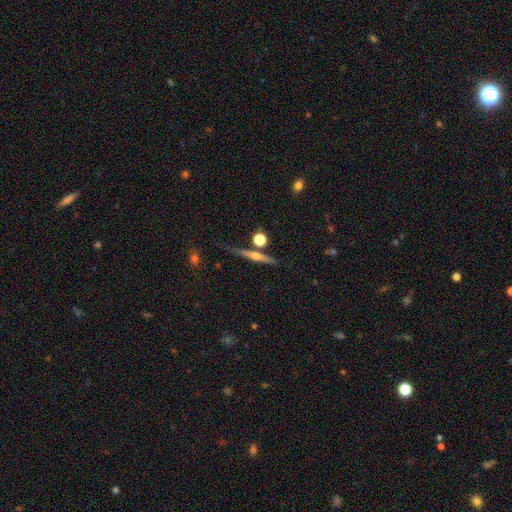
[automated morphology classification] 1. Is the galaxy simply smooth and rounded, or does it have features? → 64% featured or disk, 27% smooth, 9% star or artifact.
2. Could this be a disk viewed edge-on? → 97% yes, 3% no.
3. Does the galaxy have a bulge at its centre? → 81% rounded, 13% none, 6% boxy.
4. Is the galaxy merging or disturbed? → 78% none, 12% minor disturbance, 7% merger, 3% major disturbance.